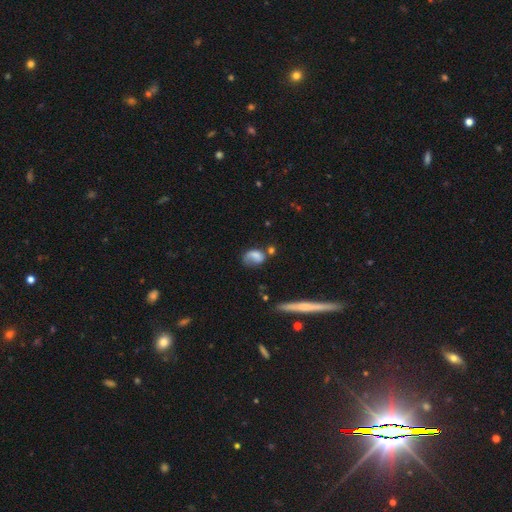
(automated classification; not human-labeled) Q: Smooth or featured?
A: smooth (61%); runner-up: featured or disk (29%)
Q: How rounded?
A: in between (69%); runner-up: round (28%)
Q: Merging?
A: none (38%); runner-up: minor disturbance (28%)